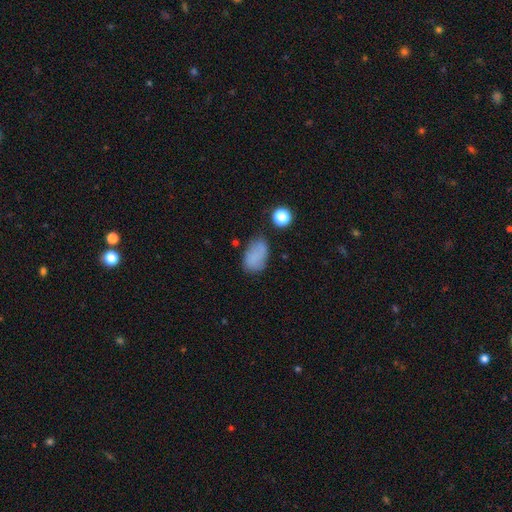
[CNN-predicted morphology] This is clearly a smooth galaxy (80%). How rounded: clearly in between (89%). Merging: likely none (63%).